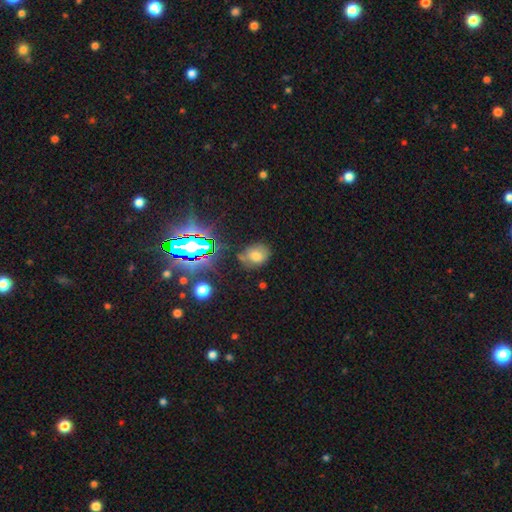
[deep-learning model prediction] Smooth or featured? smooth (59%)
How rounded? in between (53%)
Merging? none (66%)